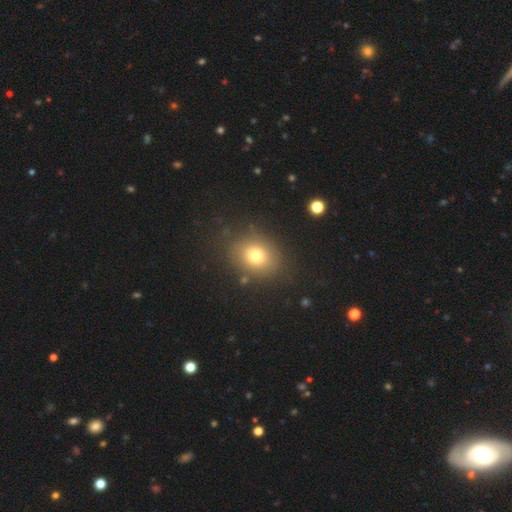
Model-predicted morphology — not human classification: Overall: smooth (74%). How rounded: round (50%; in between 49%). Merging: none (82%).